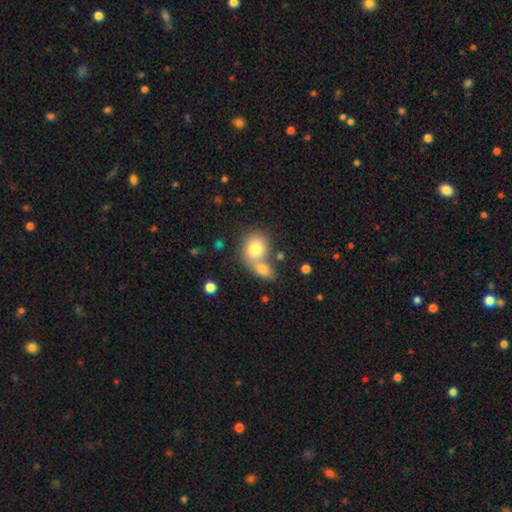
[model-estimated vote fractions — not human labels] This appears to be a smooth galaxy with no disk features (74%) that is round (72%). Merging: merger (49%).